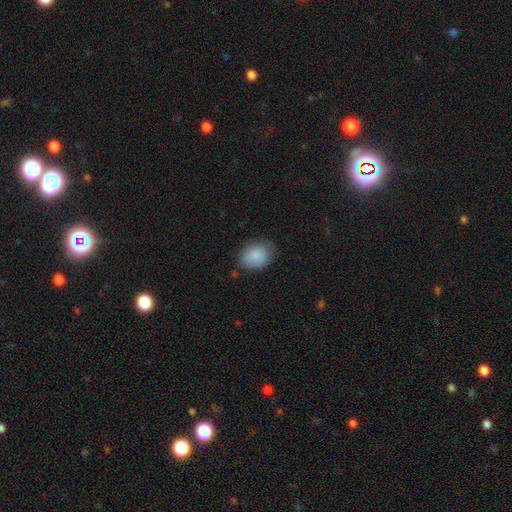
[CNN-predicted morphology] smooth-or-featured: smooth: 87% | star or artifact: 7% | featured or disk: 6%
  how-rounded: in between: 63% | round: 36% | cigar-shaped: 1%
  merging: none: 71% | minor disturbance: 22% | major disturbance: 5% | merger: 2%